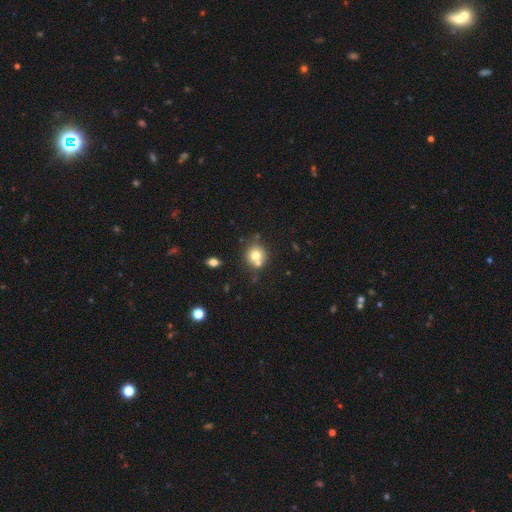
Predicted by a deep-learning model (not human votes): smooth-or-featured: smooth: 73% | featured or disk: 15% | star or artifact: 12%
  how-rounded: round: 86% | in between: 13% | cigar-shaped: 1%
  merging: none: 58% | merger: 28% | minor disturbance: 11% | major disturbance: 3%